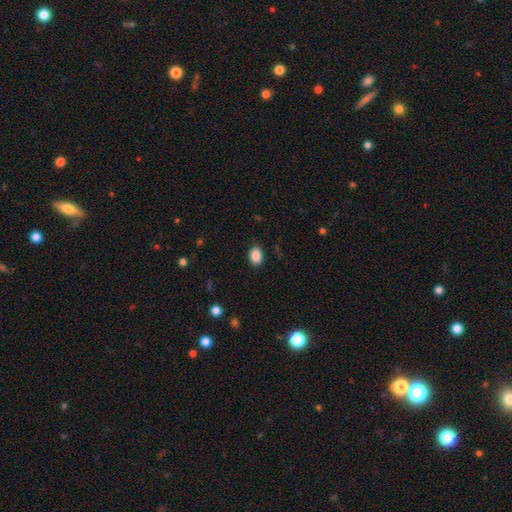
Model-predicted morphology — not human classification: Smooth or featured?
  - smooth: 89% *
  - star or artifact: 8%
  - featured or disk: 3%
How rounded?
  - in between: 74% *
  - round: 25%
  - cigar-shaped: 1%
Merging?
  - none: 86% *
  - minor disturbance: 10%
  - major disturbance: 2%
  - merger: 1%